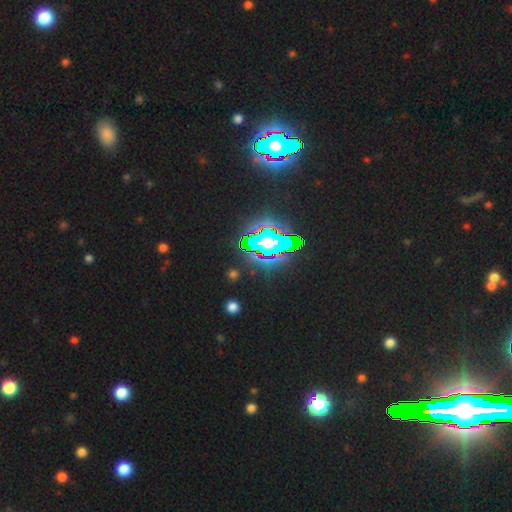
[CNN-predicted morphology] Smooth or featured? Predicted: star or artifact (p=0.85).